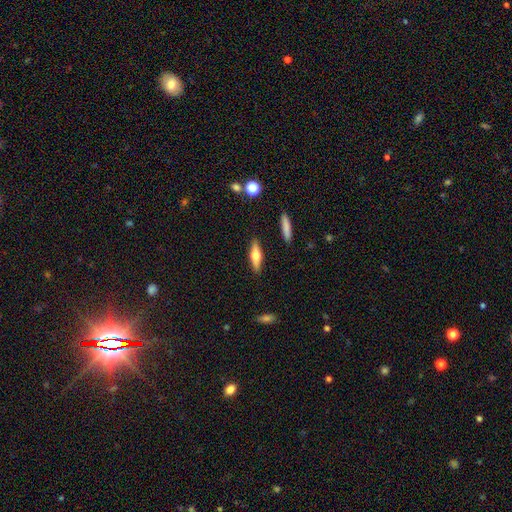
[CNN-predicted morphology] Overall: smooth (48%; featured or disk 45%). Merging: none (88%).